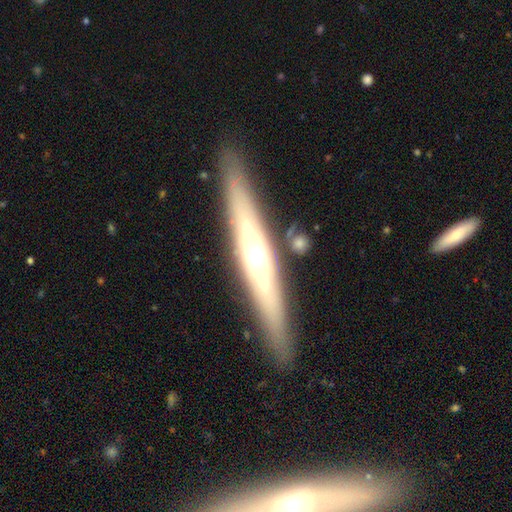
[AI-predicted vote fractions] Smooth or featured?
  - featured or disk: 74% *
  - smooth: 20%
  - star or artifact: 6%
Edge-on disk?
  - yes: 90% *
  - no: 10%
Edge-on bulge?
  - rounded: 75% *
  - none: 14%
  - boxy: 11%
Merging?
  - none: 87% *
  - minor disturbance: 9%
  - merger: 2%
  - major disturbance: 2%